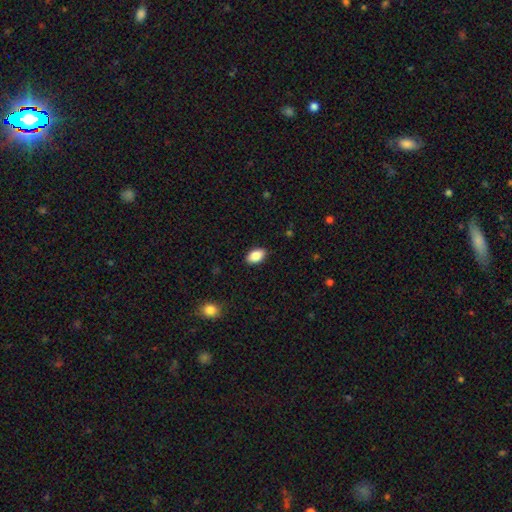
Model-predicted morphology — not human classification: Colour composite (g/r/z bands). It shows a smooth galaxy with no disk features (88%) that is in between round and cigar-shaped (92%). Merging: none (88%).